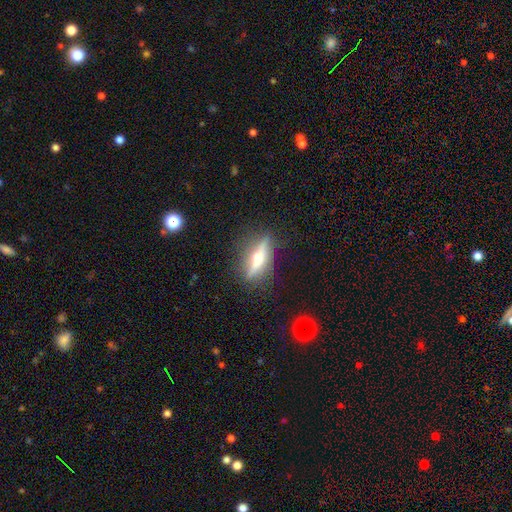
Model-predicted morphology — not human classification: Overall: featured or disk (71%). Edge-on disk: yes (92%). Edge-on bulge: rounded (93%). Merging: none (84%).